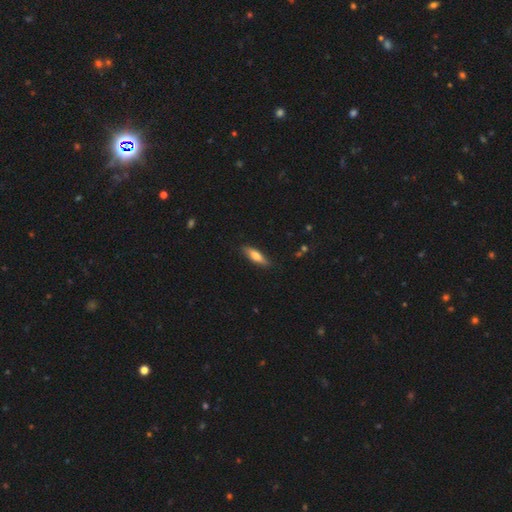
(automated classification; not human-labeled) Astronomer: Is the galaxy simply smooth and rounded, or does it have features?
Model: smooth — 67%.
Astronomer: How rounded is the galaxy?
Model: cigar-shaped — 59% (runner-up: in between, 39%).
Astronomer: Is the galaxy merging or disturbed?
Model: none — 85%.